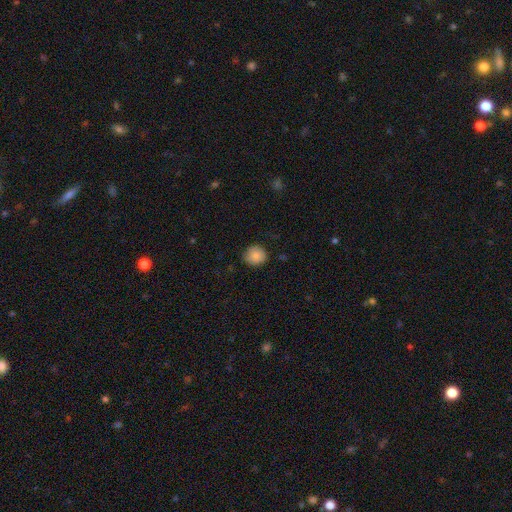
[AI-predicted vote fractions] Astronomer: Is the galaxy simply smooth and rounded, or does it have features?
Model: smooth — 87%.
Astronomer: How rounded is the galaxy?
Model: round — 85%.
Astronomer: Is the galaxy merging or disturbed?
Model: none — 85%.